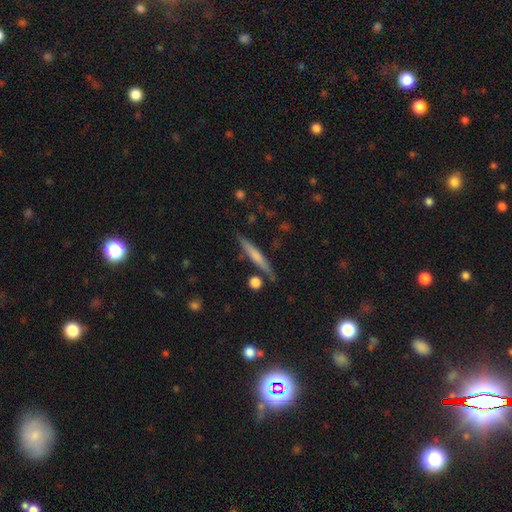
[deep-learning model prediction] Q: Smooth or featured?
A: smooth (52%); runner-up: featured or disk (42%)
Q: How rounded?
A: cigar-shaped (93%); runner-up: in between (4%)
Q: Merging?
A: none (83%); runner-up: minor disturbance (11%)